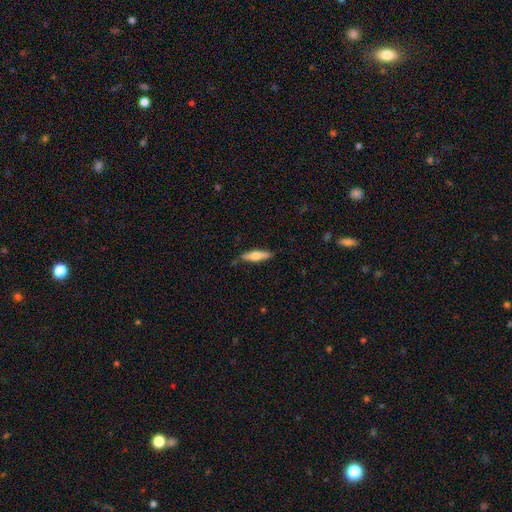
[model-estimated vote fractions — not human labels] Morphology: type=smooth (55%); roundness=cigar-shaped (70%); merging=none (82%).